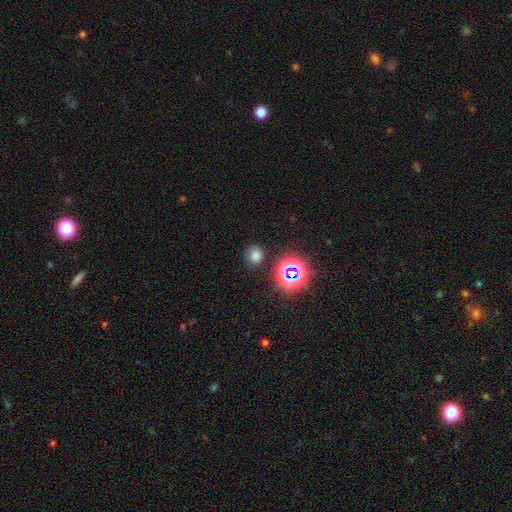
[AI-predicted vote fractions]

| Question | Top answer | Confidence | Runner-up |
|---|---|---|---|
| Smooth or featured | smooth | 68% | star or artifact (25%) |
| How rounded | round | 73% | in between (26%) |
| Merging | none | 81% | minor disturbance (11%) |